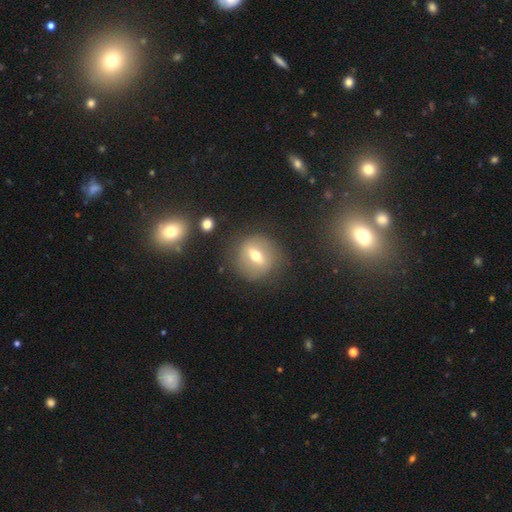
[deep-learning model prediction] Q: Smooth or featured?
A: featured or disk (44%); tied with: smooth (44%)
Q: Merging?
A: none (81%); runner-up: minor disturbance (11%)